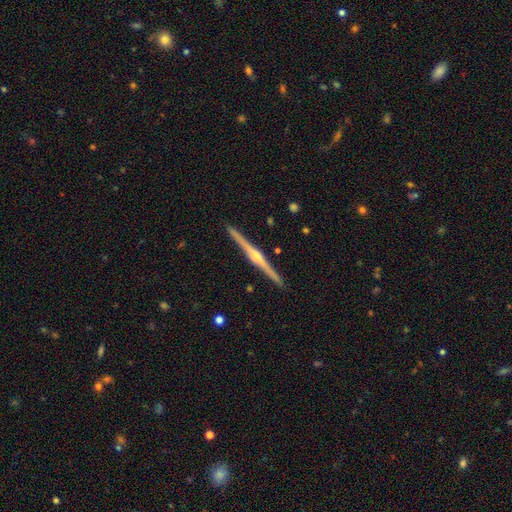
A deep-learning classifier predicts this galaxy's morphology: Q: Smooth or featured?
A: featured or disk (85%); runner-up: smooth (10%)
Q: Edge-on disk?
A: yes (99%); runner-up: no (1%)
Q: Edge-on bulge?
A: rounded (87%); runner-up: boxy (7%)
Q: Merging?
A: none (93%); runner-up: minor disturbance (5%)